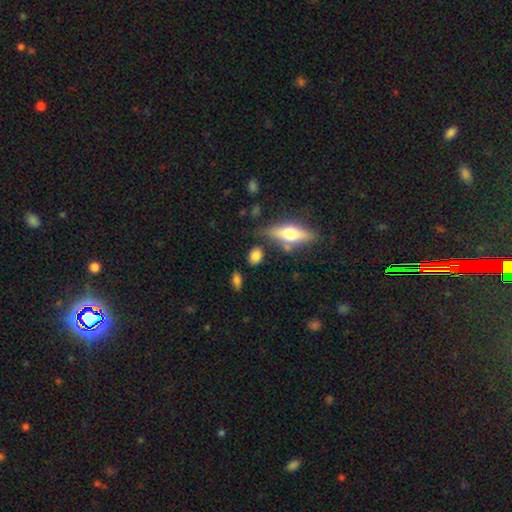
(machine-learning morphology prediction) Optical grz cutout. It shows a smooth galaxy with no disk features (77%) that is in between round and cigar-shaped (60%). Merging: none (73%).